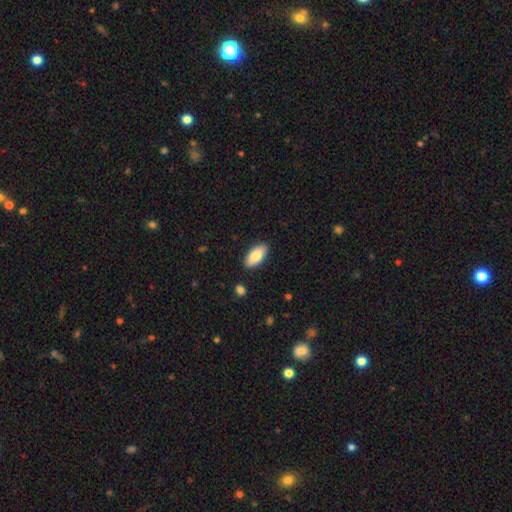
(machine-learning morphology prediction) smooth 83%, featured or disk 11%, star or artifact 6%. Down the decision tree: how rounded — in between (91%); merging — none (88%).